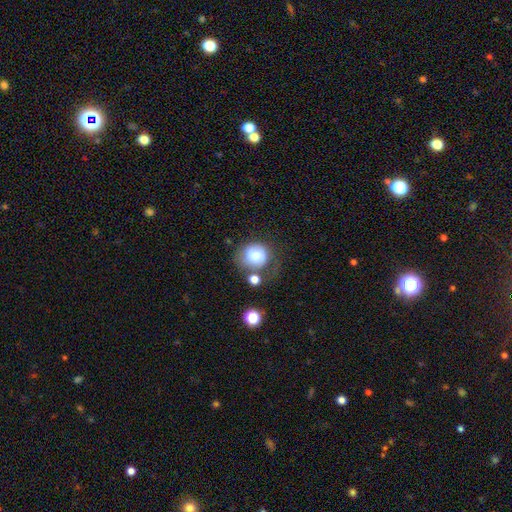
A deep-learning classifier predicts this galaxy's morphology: This appears to be a smooth galaxy with no disk features (71%) that is round (81%). Merging: none (43%).